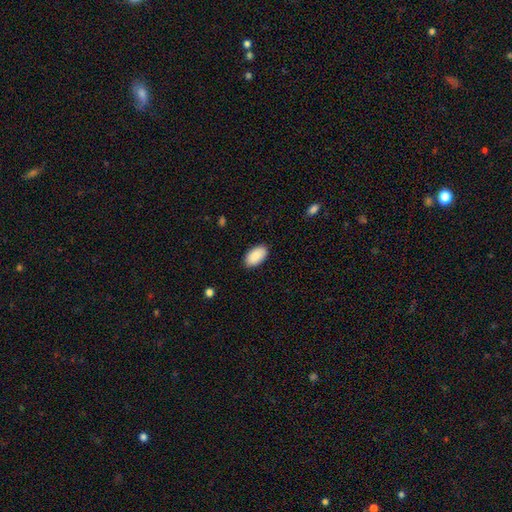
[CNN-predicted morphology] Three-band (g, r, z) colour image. It shows a smooth galaxy with no disk features (91%) that is in between round and cigar-shaped (96%). Merging: none (89%).